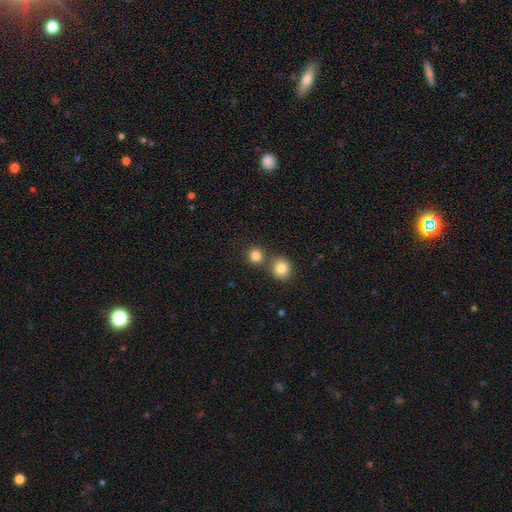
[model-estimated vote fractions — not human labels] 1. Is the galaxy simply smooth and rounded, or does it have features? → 83% smooth, 12% star or artifact, 5% featured or disk.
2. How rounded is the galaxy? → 90% round, 9% in between, 1% cigar-shaped.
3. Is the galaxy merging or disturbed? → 68% none, 23% merger, 6% minor disturbance, 2% major disturbance.